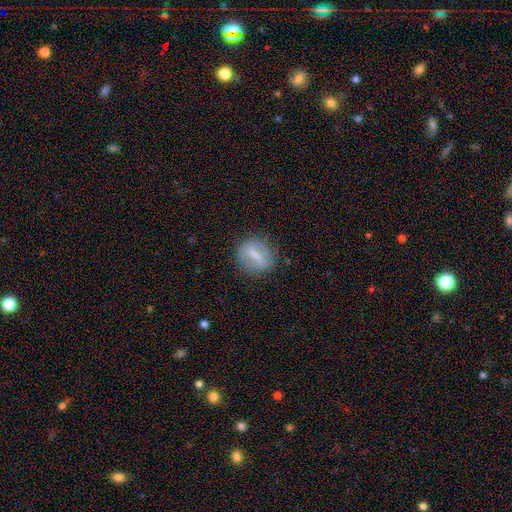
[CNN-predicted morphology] type=smooth (51%); roundness=round (52%); merging=none (77%).